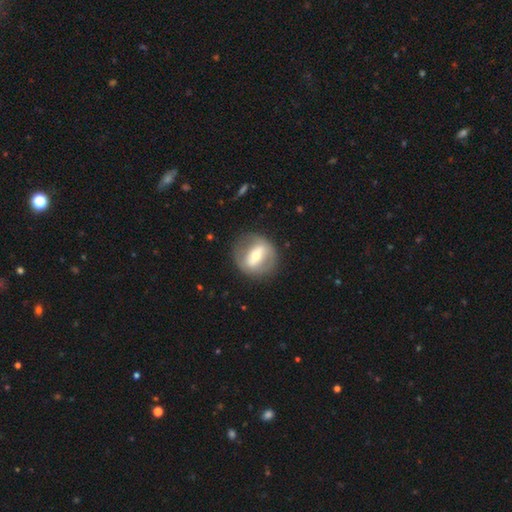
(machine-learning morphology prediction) type=featured or disk (59%); edge-on=no (87%); bar=strong (57%); spiral arms=no (71%); bulge=moderate (60%); merging=none (80%).